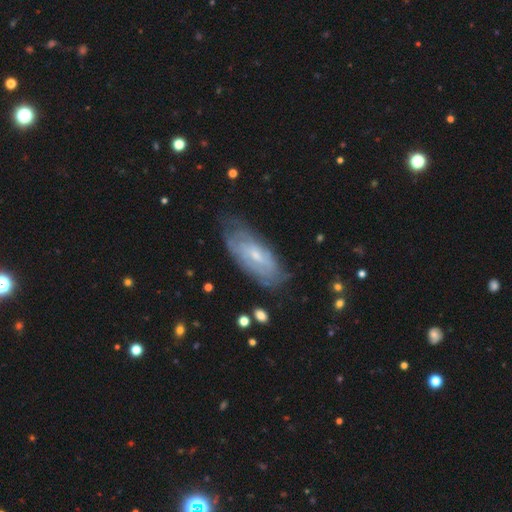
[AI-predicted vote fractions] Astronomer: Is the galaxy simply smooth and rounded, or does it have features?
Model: featured or disk — 65%.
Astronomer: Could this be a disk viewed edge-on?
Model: no — 87%.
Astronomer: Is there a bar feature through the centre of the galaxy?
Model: no — 52% (runner-up: weak, 41%).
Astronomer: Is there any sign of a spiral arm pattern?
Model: yes — 78%.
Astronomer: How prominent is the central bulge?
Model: small — 62%.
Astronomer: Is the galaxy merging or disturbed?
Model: none — 69%.